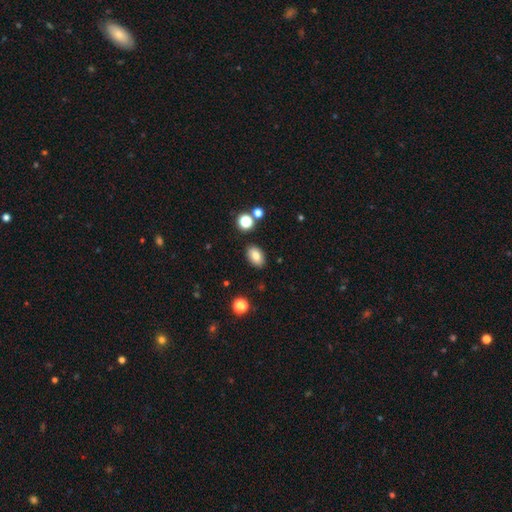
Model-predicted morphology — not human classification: smooth 80%, star or artifact 10%, featured or disk 10%. Down the decision tree: how rounded — in between (88%); merging — none (86%).